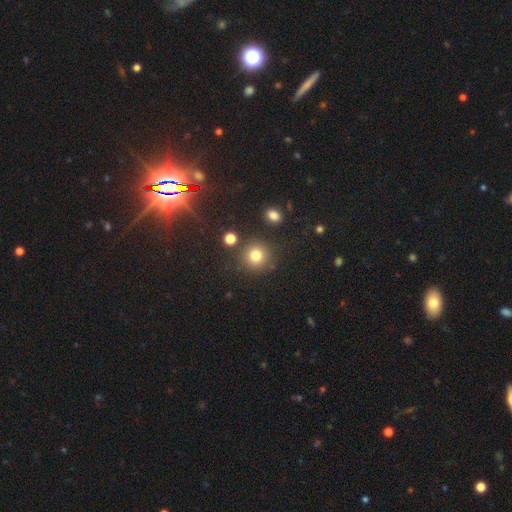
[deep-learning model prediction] Smooth or featured: smooth — 79% (star or artifact — 14%)
How rounded: round — 92% (in between — 7%)
Merging: none — 82% (minor disturbance — 8%)